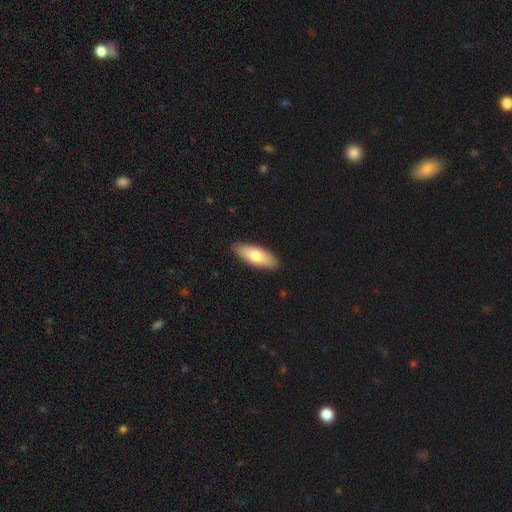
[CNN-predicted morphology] A smooth galaxy with no disk features (74%) that is in between round and cigar-shaped (66%). Merging: none (89%).